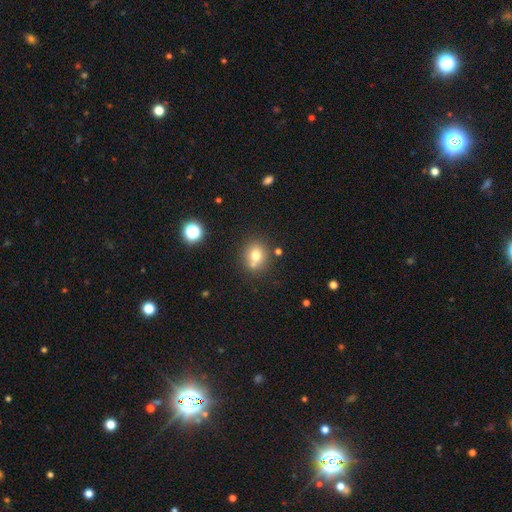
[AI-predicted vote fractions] Smooth or featured? Predicted: smooth (p=0.73). How rounded? Predicted: round (p=0.75). Merging? Predicted: none (p=0.65).